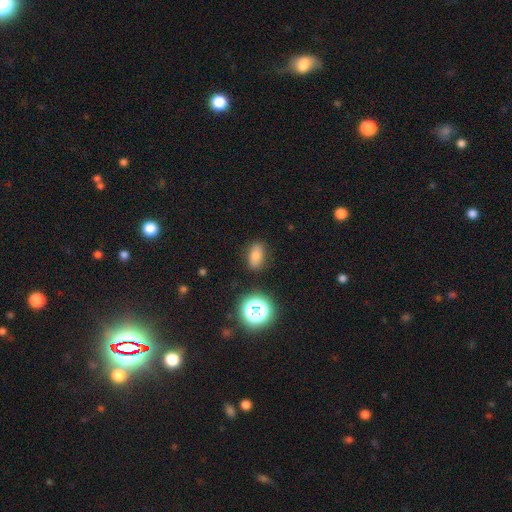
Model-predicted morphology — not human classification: smooth 75%, star or artifact 16%, featured or disk 9%. Down the decision tree: how rounded — in between (84%); merging — none (84%).